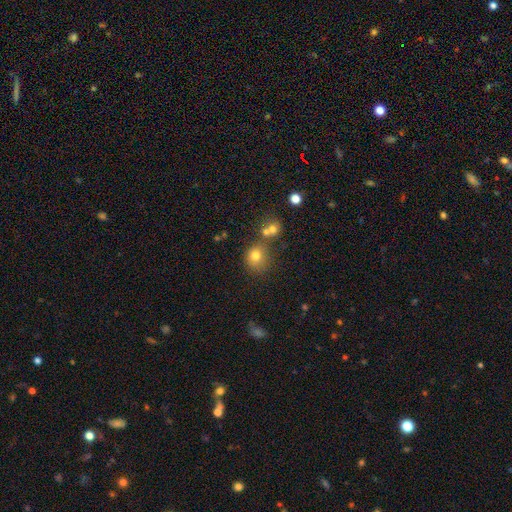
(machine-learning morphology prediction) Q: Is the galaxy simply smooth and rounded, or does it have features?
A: smooth — 75%.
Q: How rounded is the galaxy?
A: round — 77%.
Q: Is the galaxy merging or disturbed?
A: none — 58%.